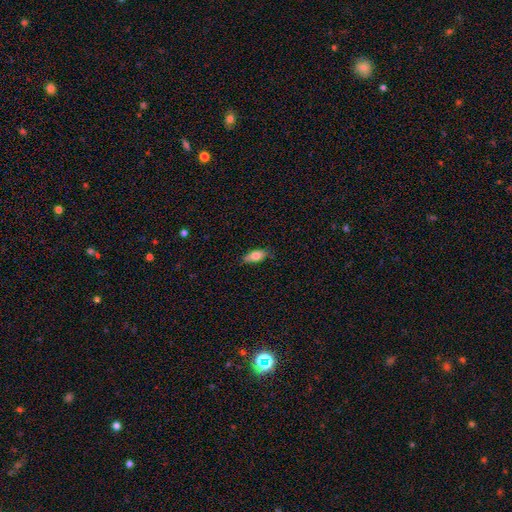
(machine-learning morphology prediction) Q: Smooth or featured?
A: smooth (79%); runner-up: featured or disk (14%)
Q: How rounded?
A: in between (81%); runner-up: cigar-shaped (16%)
Q: Merging?
A: none (76%); runner-up: minor disturbance (20%)